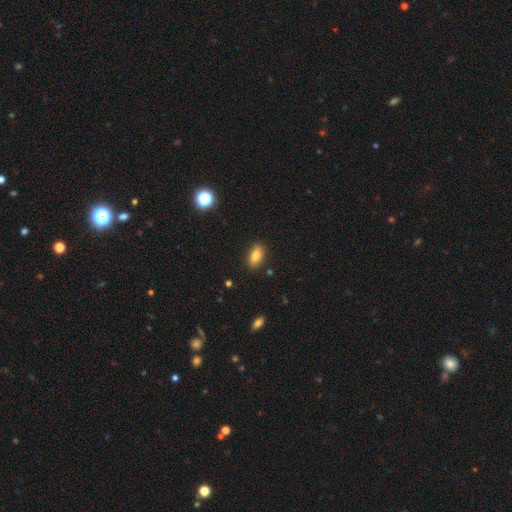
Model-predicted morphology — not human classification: Smooth or featured? Predicted: smooth (p=0.79). How rounded? Predicted: in between (p=0.85). Merging? Predicted: none (p=0.87).